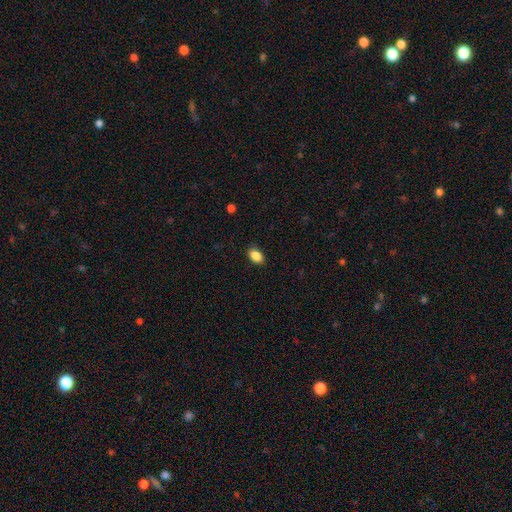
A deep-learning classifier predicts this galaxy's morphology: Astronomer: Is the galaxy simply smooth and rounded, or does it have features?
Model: smooth — 88%.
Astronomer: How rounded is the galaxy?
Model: in between — 88%.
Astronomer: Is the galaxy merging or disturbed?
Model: none — 89%.